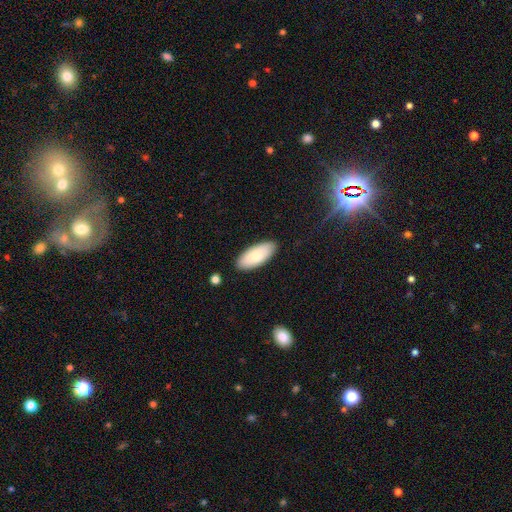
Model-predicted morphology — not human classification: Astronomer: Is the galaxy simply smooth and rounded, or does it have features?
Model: smooth — 78%.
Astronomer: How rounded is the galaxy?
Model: in between — 88%.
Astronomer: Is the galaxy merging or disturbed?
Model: none — 88%.